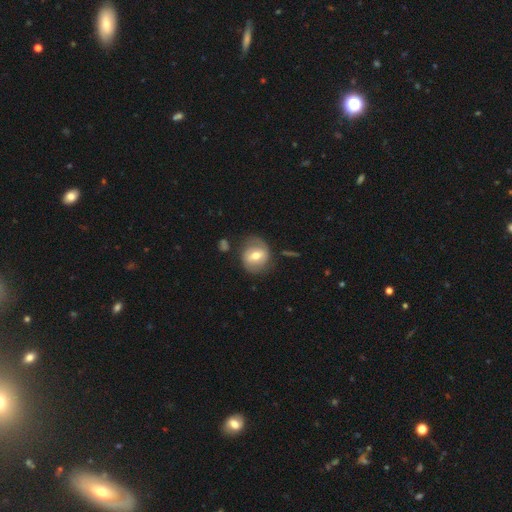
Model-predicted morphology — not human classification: Smooth or featured?
  - smooth: 50% *
  - featured or disk: 43%
  - star or artifact: 7%
Merging?
  - none: 69% *
  - minor disturbance: 19%
  - major disturbance: 9%
  - merger: 4%